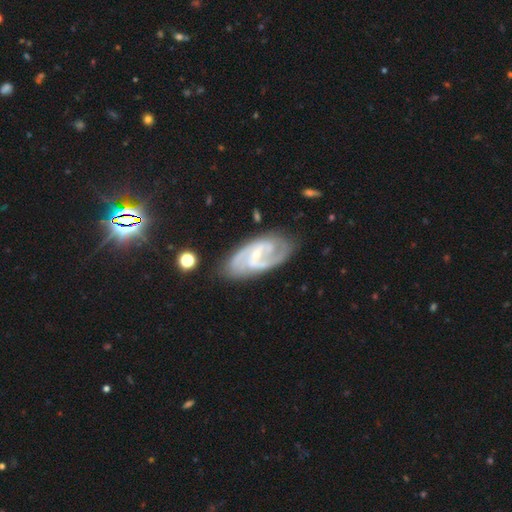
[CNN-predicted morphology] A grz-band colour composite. It shows a featured or disk galaxy (86%) with a weak bar (45%), 2 (76%) medium (49%) spiral arms (95%) and a small central bulge (71%). Merging: none (73%).